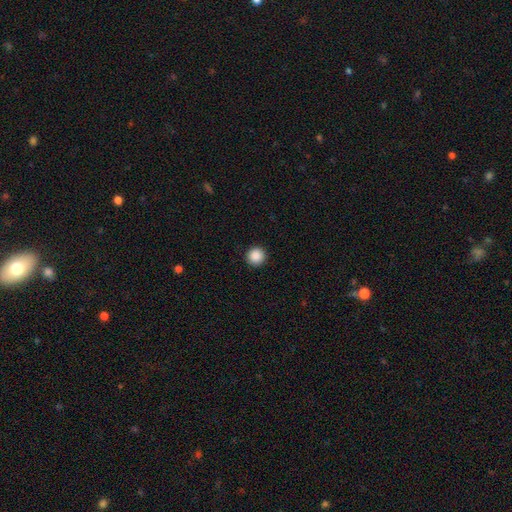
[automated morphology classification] Smooth or featured?
  - smooth: 88% *
  - star or artifact: 9%
  - featured or disk: 2%
How rounded?
  - round: 96% *
  - in between: 3%
  - cigar-shaped: 1%
Merging?
  - none: 93% *
  - minor disturbance: 5%
  - major disturbance: 2%
  - merger: 1%